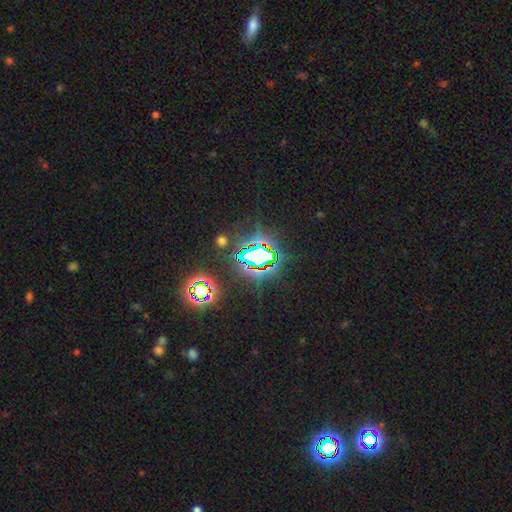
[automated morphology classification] Q: Smooth or featured?
A: star or artifact (81%); runner-up: smooth (12%)